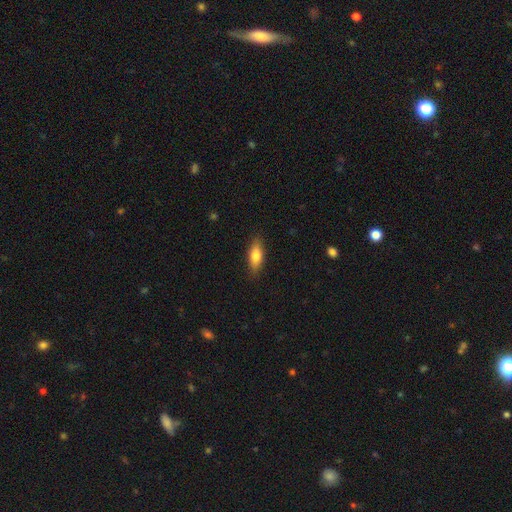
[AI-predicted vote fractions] Smooth or featured?
  - smooth: 75% *
  - featured or disk: 19%
  - star or artifact: 7%
How rounded?
  - in between: 68% *
  - cigar-shaped: 29%
  - round: 3%
Merging?
  - none: 86% *
  - minor disturbance: 11%
  - major disturbance: 2%
  - merger: 1%